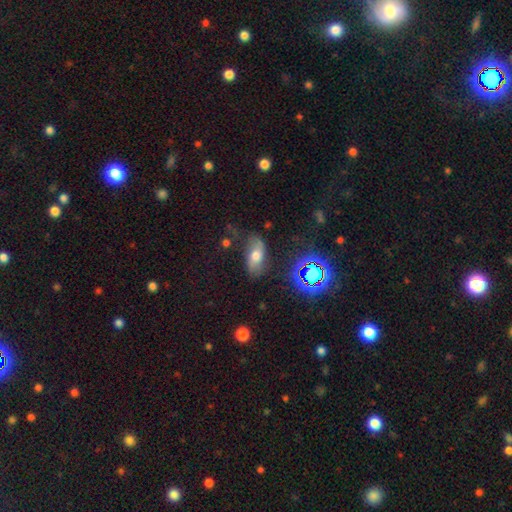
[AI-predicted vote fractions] Overall: smooth (51%; featured or disk 31%). How rounded: in between (85%). Merging: none (64%).